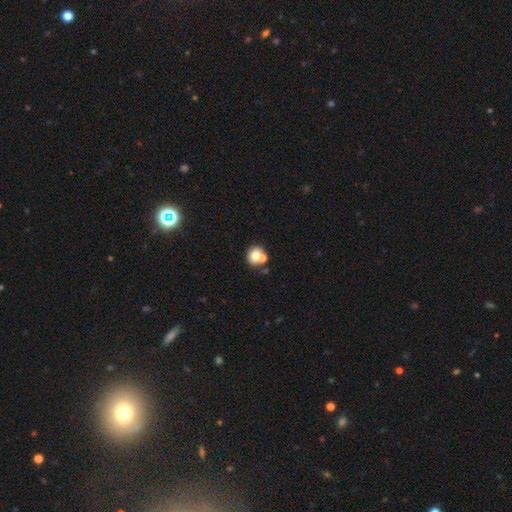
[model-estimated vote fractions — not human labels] Morphology: type=smooth (71%); roundness=round (79%); merging=none (50%).